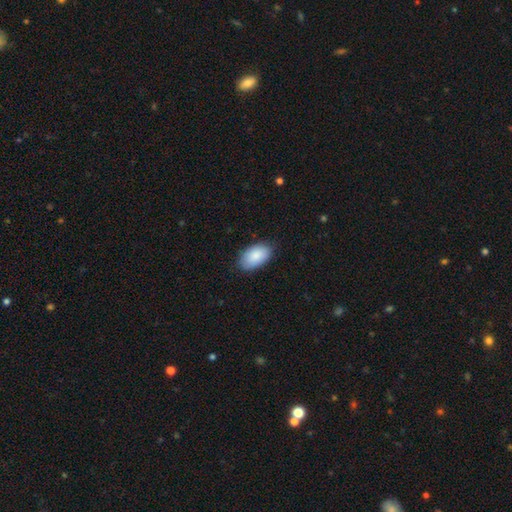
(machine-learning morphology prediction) type=smooth (88%); roundness=in between (95%); merging=none (81%).